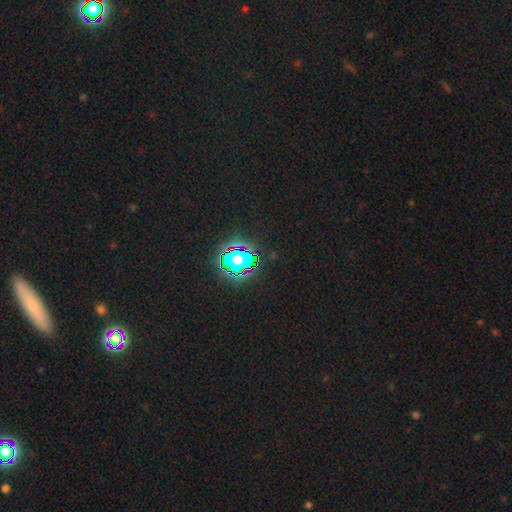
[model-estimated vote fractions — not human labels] The model was most divided on "smooth or featured": star or artifact: 82%, smooth: 11%, featured or disk: 6%.